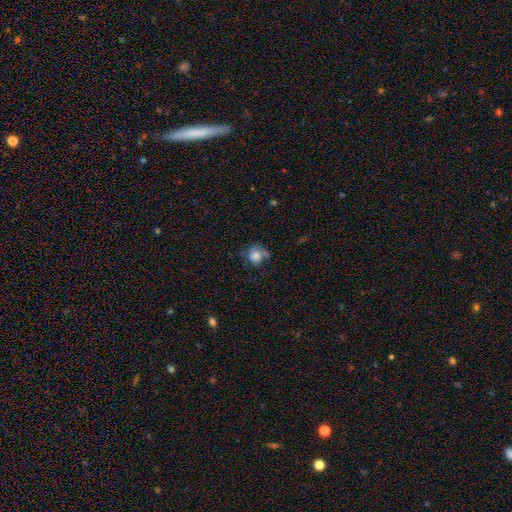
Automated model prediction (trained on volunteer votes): smooth 72%, featured or disk 19%, star or artifact 10%. Down the decision tree: how rounded — round (77%); merging — none (47%).